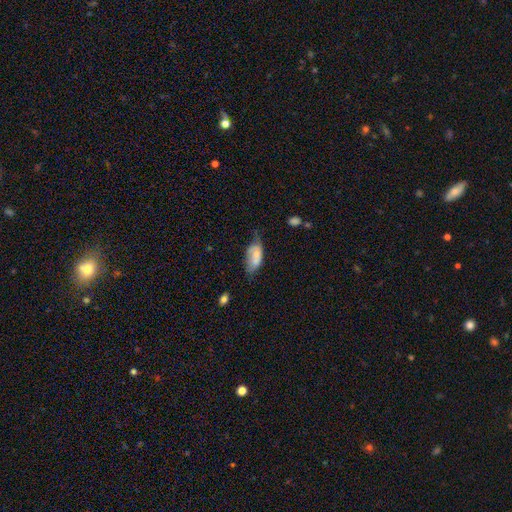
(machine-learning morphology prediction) A smooth galaxy with no disk features (62%) that is in between round and cigar-shaped (91%). Merging: minor disturbance (39%).